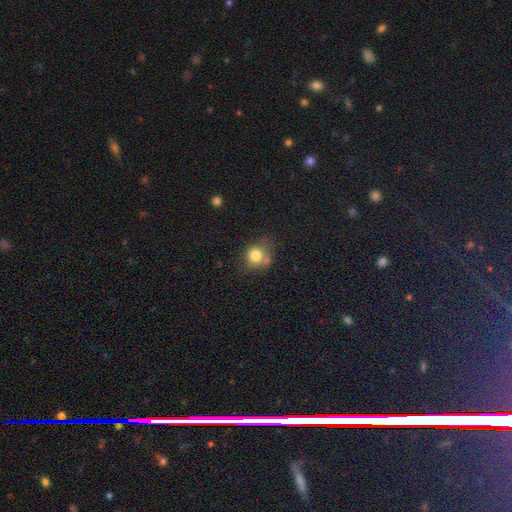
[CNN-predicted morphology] type=smooth (79%); roundness=round (74%); merging=none (50%).